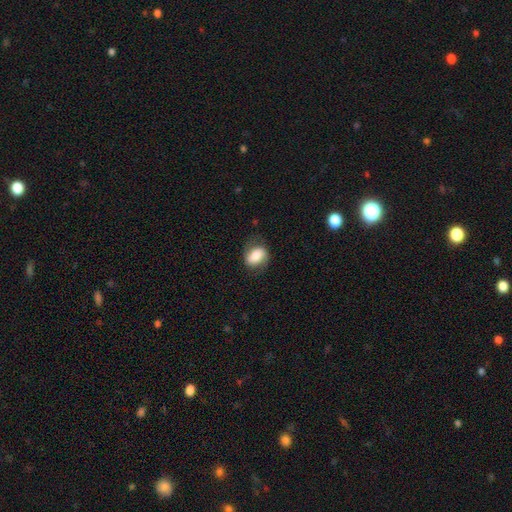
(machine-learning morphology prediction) Q: Smooth or featured?
A: smooth (64%); runner-up: featured or disk (28%)
Q: How rounded?
A: in between (71%); runner-up: round (28%)
Q: Merging?
A: none (69%); runner-up: minor disturbance (21%)